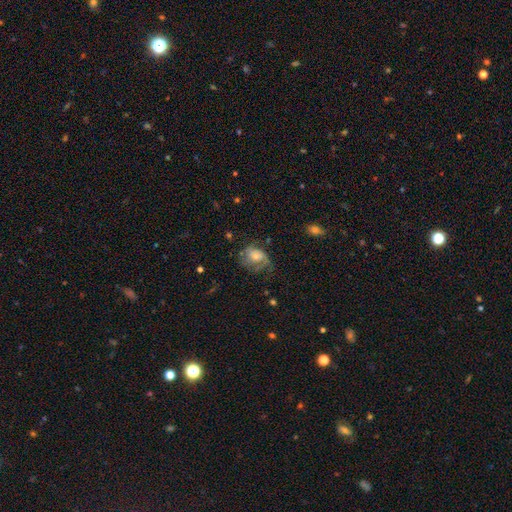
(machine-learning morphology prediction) Q: Smooth or featured?
A: featured or disk (61%); runner-up: smooth (27%)
Q: Edge-on disk?
A: no (97%); runner-up: yes (3%)
Q: Bar?
A: no (69%); runner-up: weak (26%)
Q: Spiral arms?
A: yes (82%); runner-up: no (18%)
Q: Bulge size?
A: moderate (46%); runner-up: small (43%)
Q: Merging?
A: none (49%); runner-up: major disturbance (25%)